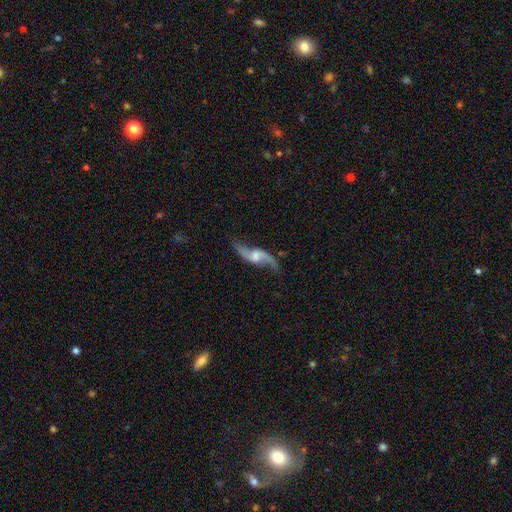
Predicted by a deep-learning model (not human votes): Smooth or featured: featured or disk — 86% (smooth — 9%)
Edge-on disk: no — 92% (yes — 8%)
Bar: no — 44% (tied with weak — 44%)
Spiral arms: yes — 95% (no — 5%)
Spiral winding: loose — 89% (medium — 9%)
Spiral arm count: 2 — 92% (1 — 3%)
Bulge size: moderate — 40% (small — 34%)
Merging: none — 73% (minor disturbance — 16%)